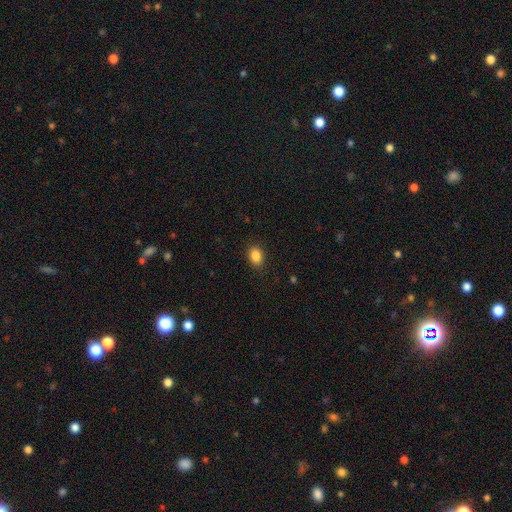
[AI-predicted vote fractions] smooth_or_featured: smooth (p=0.86) [alt: star or artifact p=0.10]
how_rounded: in between (p=0.65) [alt: round p=0.34]
merging: none (p=0.86) [alt: minor disturbance p=0.10]